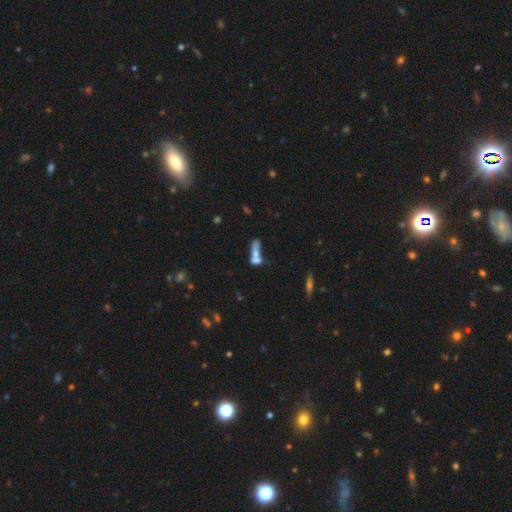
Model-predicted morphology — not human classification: A smooth galaxy with no disk features (55%) that is in between round and cigar-shaped (55%).

Vote fractions:
- Smooth or featured? smooth: 55% / featured or disk: 32% / star or artifact: 13%
- How rounded? in between: 55% / cigar-shaped: 35% / round: 10%
- Merging? merger: 61% / none: 20% / major disturbance: 10% / minor disturbance: 9%